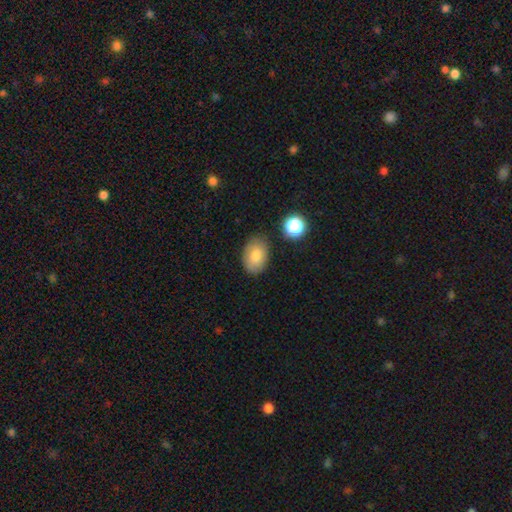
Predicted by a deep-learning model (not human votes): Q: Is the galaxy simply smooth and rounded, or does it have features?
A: smooth — 78%.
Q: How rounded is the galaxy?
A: in between — 81%.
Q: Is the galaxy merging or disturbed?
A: none — 78%.